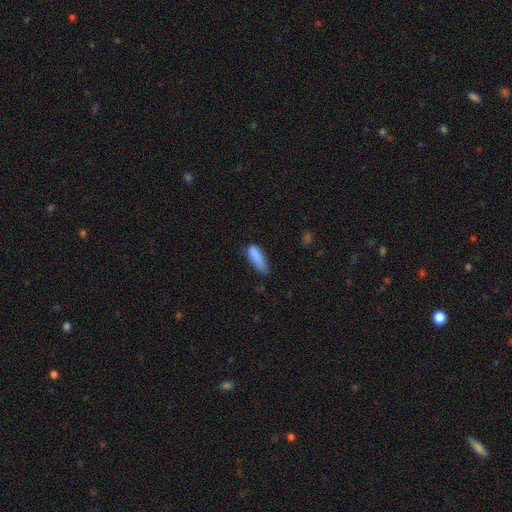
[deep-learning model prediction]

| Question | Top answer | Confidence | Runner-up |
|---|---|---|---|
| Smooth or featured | smooth | 86% | star or artifact (7%) |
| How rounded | in between | 50% | cigar-shaped (48%) |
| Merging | none | 45% | minor disturbance (42%) |